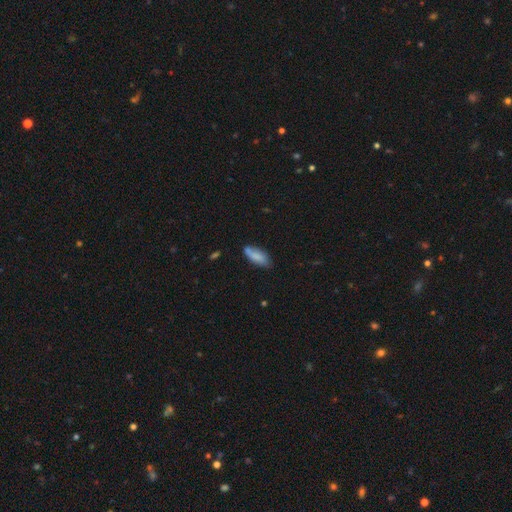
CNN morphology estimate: The model was most divided on "merging": none: 62%, minor disturbance: 26%, merger: 7%, major disturbance: 5%. More confident: smooth or featured — smooth (79%); how rounded — in between (75%).